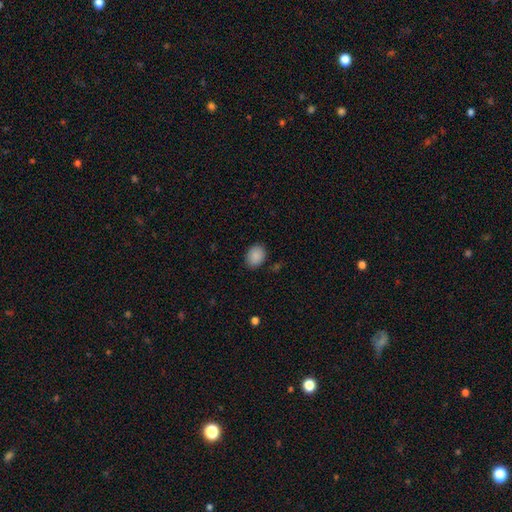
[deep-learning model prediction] smooth-or-featured: smooth: 89% | star or artifact: 8% | featured or disk: 3%
  how-rounded: in between: 66% | round: 33% | cigar-shaped: 1%
  merging: none: 86% | minor disturbance: 10% | major disturbance: 3% | merger: 1%